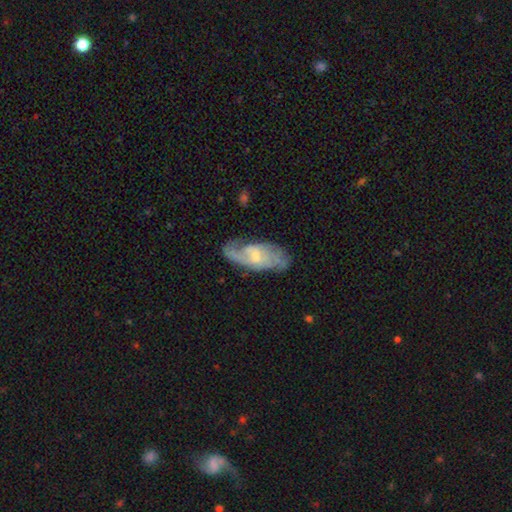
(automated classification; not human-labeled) This is likely a featured or disk galaxy (75%). It is clearly not viewed edge-on (92%). Bar: possibly no (46%, tied with weak). Spiral arm pattern: clearly yes (89%). Spiral arm count: possibly 2 (45%). Spiral winding: possibly medium (45%). Central bulge: possibly small (47%). Merging: likely none (62%).